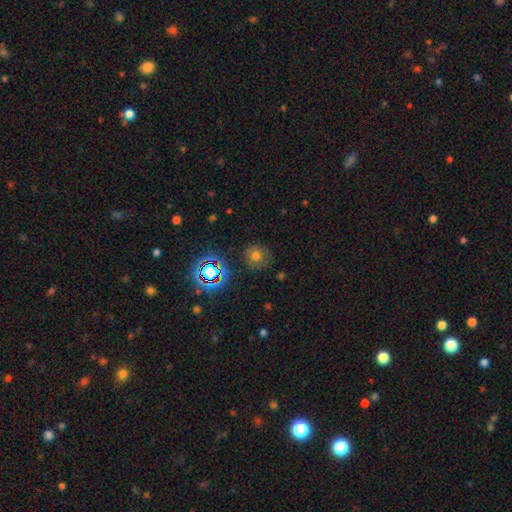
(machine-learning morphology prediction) A smooth galaxy with no disk features (64%) that is round (88%).

Vote fractions:
- Smooth or featured? smooth: 64% / star or artifact: 24% / featured or disk: 12%
- How rounded? round: 88% / in between: 11% / cigar-shaped: 1%
- Merging? none: 80% / minor disturbance: 13% / major disturbance: 5% / merger: 2%